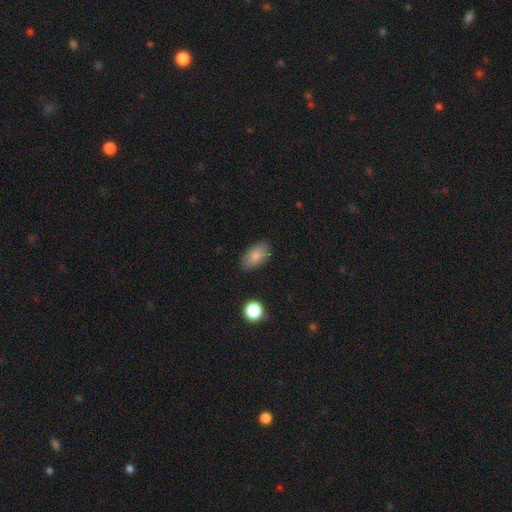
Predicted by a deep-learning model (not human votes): smooth 84%, featured or disk 8%, star or artifact 8%. Down the decision tree: how rounded — in between (91%); merging — none (83%).